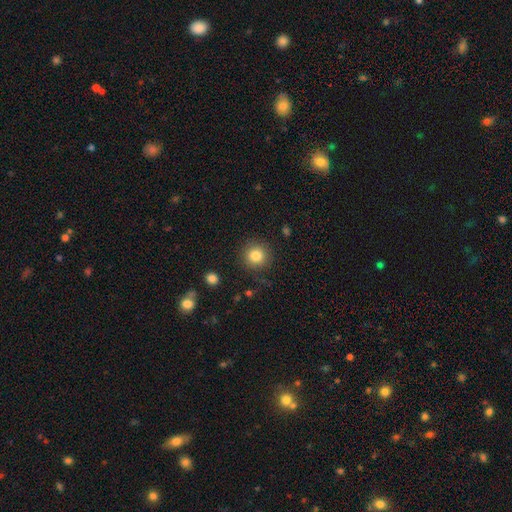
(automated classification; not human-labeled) Smooth or featured? Predicted: smooth (p=0.83). How rounded? Predicted: round (p=0.92). Merging? Predicted: none (p=0.87).